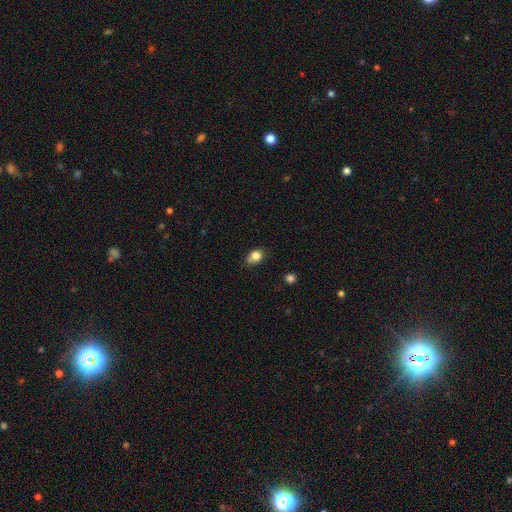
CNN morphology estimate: Overall: smooth (83%). How rounded: in between (63%; round 35%). Merging: none (67%).